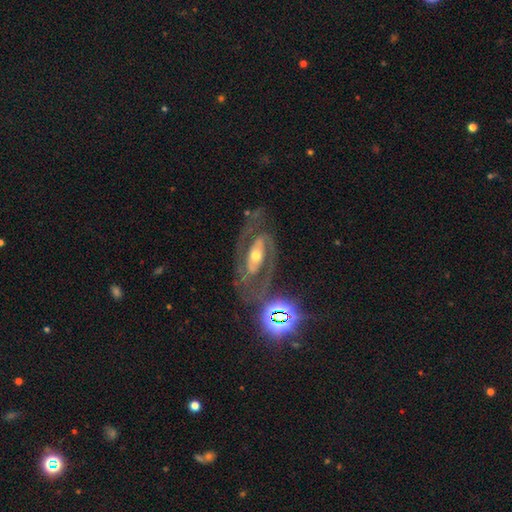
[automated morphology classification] The model was most divided on "bar": strong: 38%, no: 34%, weak: 28%. Remaining: edge-on disk — no (94%); spiral arm count — 2 (85%); spiral arms — yes (82%); smooth or featured — featured or disk (82%); bulge size — moderate (66%); merging — none (65%); spiral winding — medium (50%).